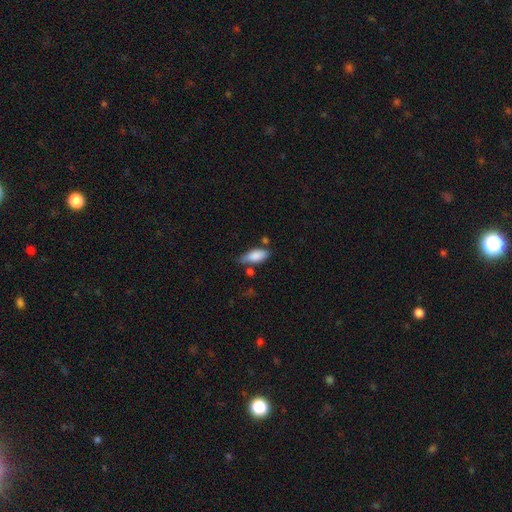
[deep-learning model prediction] Smooth or featured?
  - smooth: 84% *
  - featured or disk: 9%
  - star or artifact: 7%
How rounded?
  - in between: 85% *
  - cigar-shaped: 13%
  - round: 2%
Merging?
  - none: 55% *
  - minor disturbance: 28%
  - merger: 9%
  - major disturbance: 7%